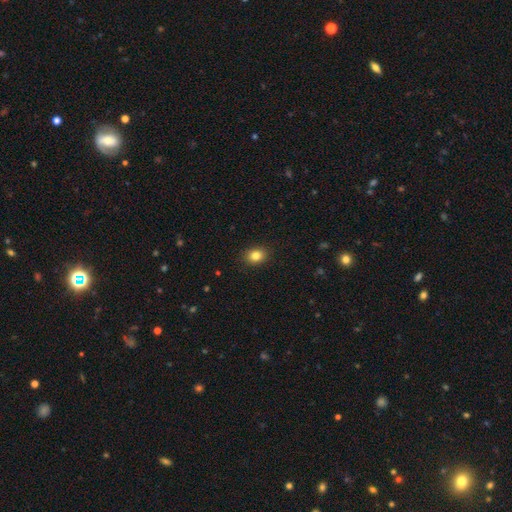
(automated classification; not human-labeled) smooth_or_featured: smooth (p=0.84) [alt: star or artifact p=0.10]
how_rounded: in between (p=0.51) [alt: round p=0.48]
merging: none (p=0.90) [alt: minor disturbance p=0.07]